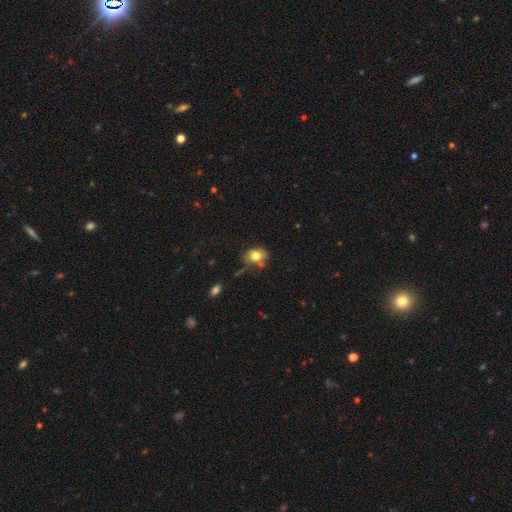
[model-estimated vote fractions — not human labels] Smooth or featured? smooth (78%)
How rounded? in between (61%)
Merging? none (57%)